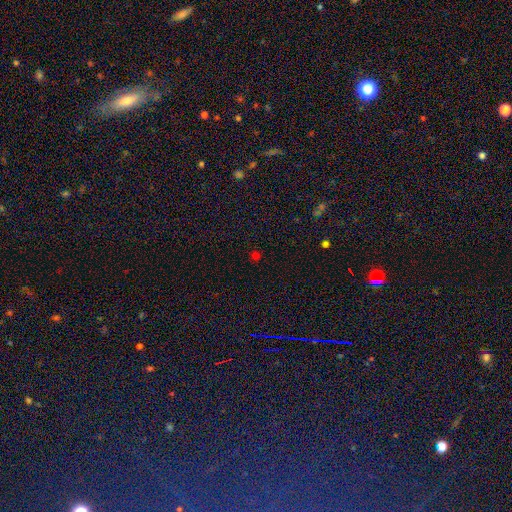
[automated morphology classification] Smooth or featured: smooth — 55% (star or artifact — 39%)
How rounded: round — 88% (in between — 10%)
Merging: none — 86% (minor disturbance — 8%)